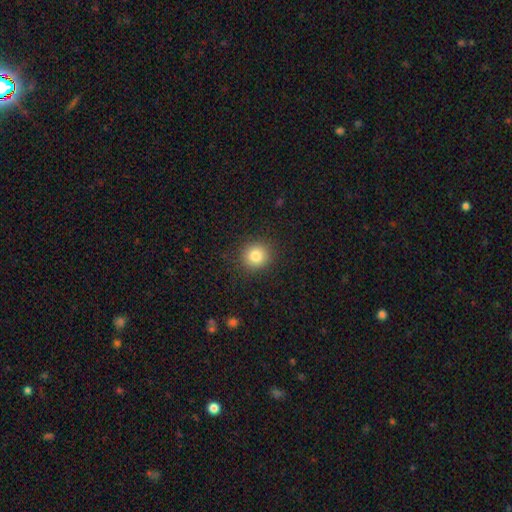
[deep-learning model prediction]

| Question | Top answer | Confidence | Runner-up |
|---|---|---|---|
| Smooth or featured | smooth | 83% | star or artifact (11%) |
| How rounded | round | 89% | in between (10%) |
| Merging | none | 90% | minor disturbance (7%) |